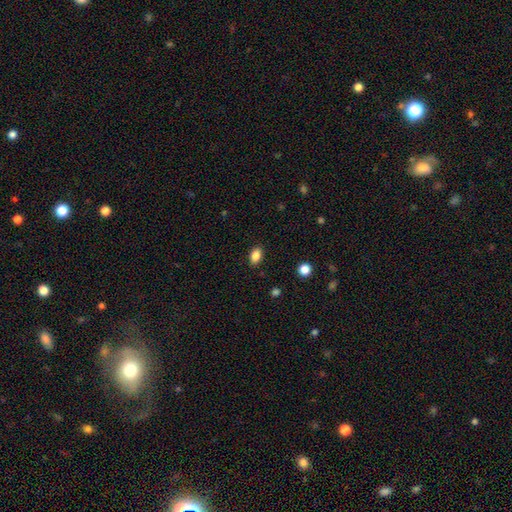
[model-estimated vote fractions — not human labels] A smooth galaxy with no disk features (86%) that is in between round and cigar-shaped (87%). Merging: none (88%).